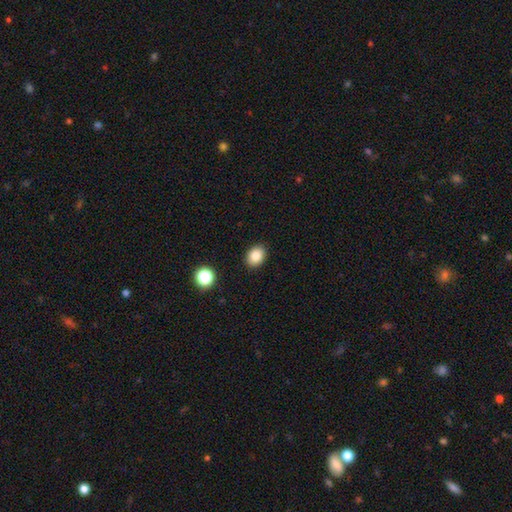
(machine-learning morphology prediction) Smooth or featured?
  - smooth: 85% *
  - star or artifact: 9%
  - featured or disk: 6%
How rounded?
  - in between: 62% *
  - round: 37%
  - cigar-shaped: 1%
Merging?
  - none: 90% *
  - minor disturbance: 7%
  - major disturbance: 2%
  - merger: 1%